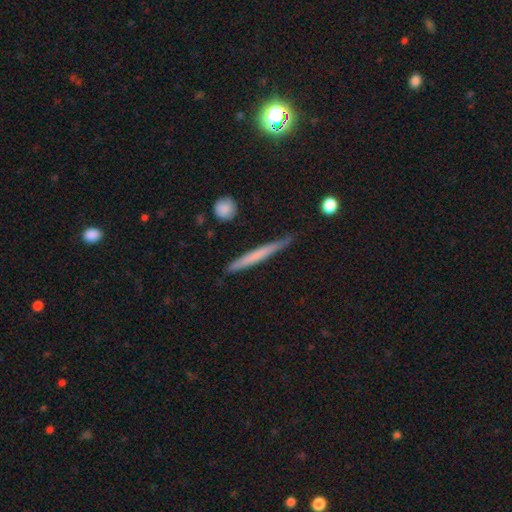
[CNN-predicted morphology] Smooth or featured: smooth — 54% (featured or disk — 39%)
How rounded: cigar-shaped — 96% (in between — 2%)
Merging: none — 84% (minor disturbance — 12%)